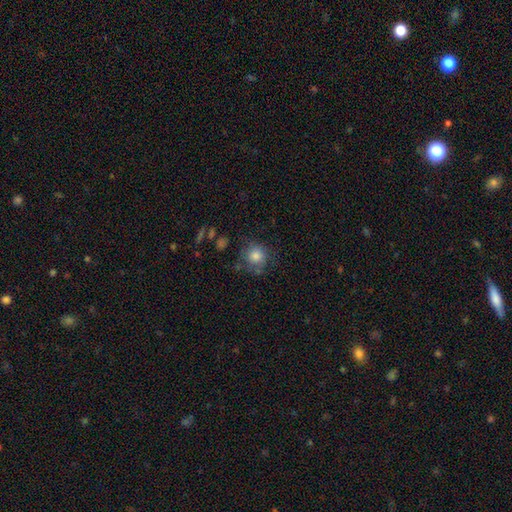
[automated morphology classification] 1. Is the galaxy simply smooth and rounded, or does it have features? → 79% smooth, 10% star or artifact, 10% featured or disk.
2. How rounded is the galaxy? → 89% round, 10% in between, 1% cigar-shaped.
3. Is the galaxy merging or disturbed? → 68% none, 20% minor disturbance, 8% major disturbance, 4% merger.